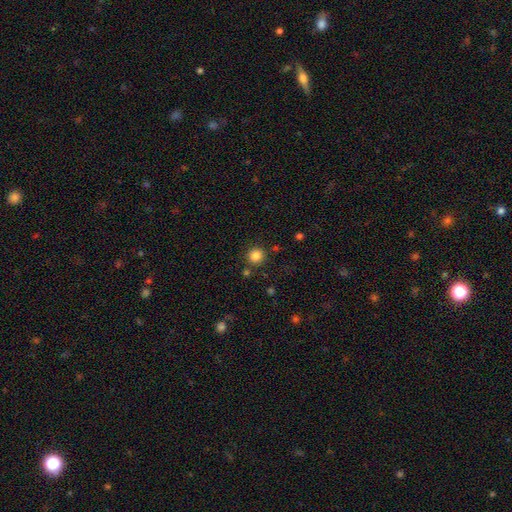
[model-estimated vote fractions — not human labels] smooth-or-featured: smooth: 84% | star or artifact: 12% | featured or disk: 4%
  how-rounded: round: 93% | in between: 6% | cigar-shaped: 1%
  merging: none: 85% | minor disturbance: 7% | merger: 5% | major disturbance: 3%